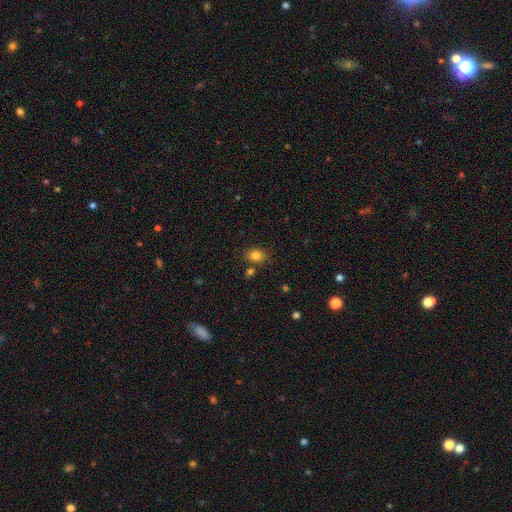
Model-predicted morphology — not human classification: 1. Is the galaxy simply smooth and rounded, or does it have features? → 82% smooth, 12% star or artifact, 6% featured or disk.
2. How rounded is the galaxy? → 50% in between, 49% round, 1% cigar-shaped.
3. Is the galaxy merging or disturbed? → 76% none, 12% minor disturbance, 8% merger, 3% major disturbance.